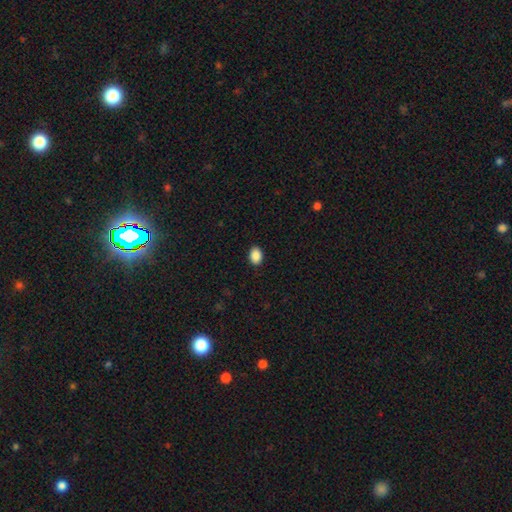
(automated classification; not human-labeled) smooth 89%, star or artifact 8%, featured or disk 3%. Down the decision tree: how rounded — in between (78%); merging — none (90%).